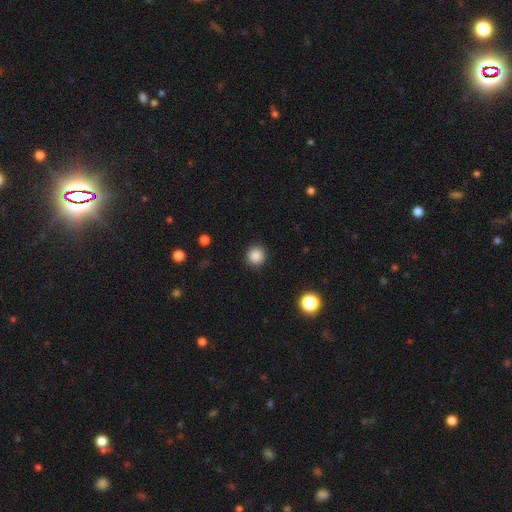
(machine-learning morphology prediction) smooth_or_featured: smooth (p=0.86) [alt: star or artifact p=0.11]
how_rounded: round (p=0.92) [alt: in between p=0.07]
merging: none (p=0.90) [alt: minor disturbance p=0.07]